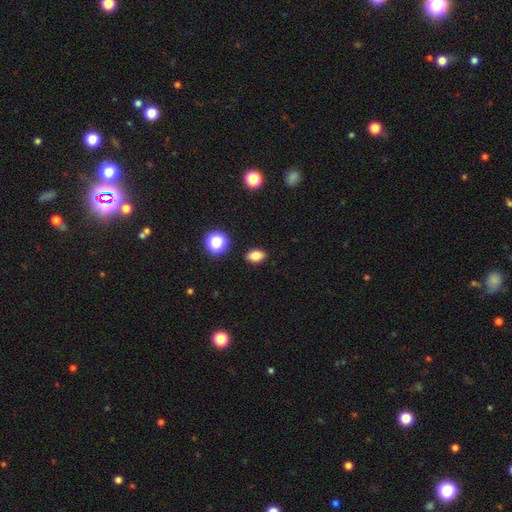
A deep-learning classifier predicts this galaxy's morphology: smooth_or_featured: smooth (p=0.82) [alt: star or artifact p=0.12]
how_rounded: in between (p=0.82) [alt: round p=0.16]
merging: none (p=0.89) [alt: minor disturbance p=0.08]